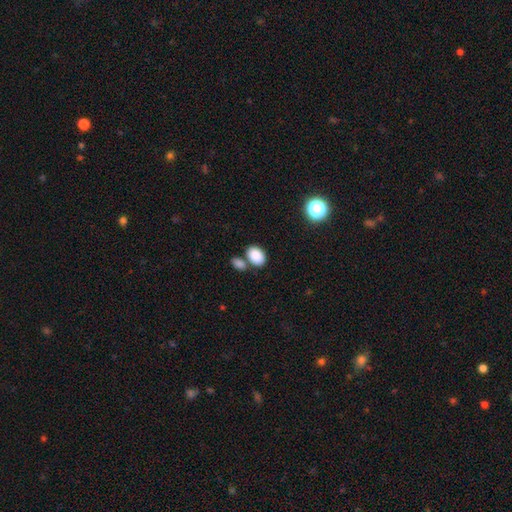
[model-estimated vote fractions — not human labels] Morphology: type=smooth (88%); roundness=in between (82%); merging=none (60%).